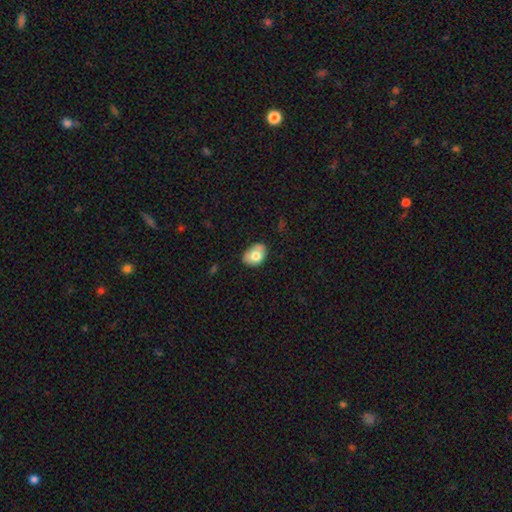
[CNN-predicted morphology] This is likely a smooth galaxy (74%). How rounded: likely in between (77%). Merging: likely none (68%).